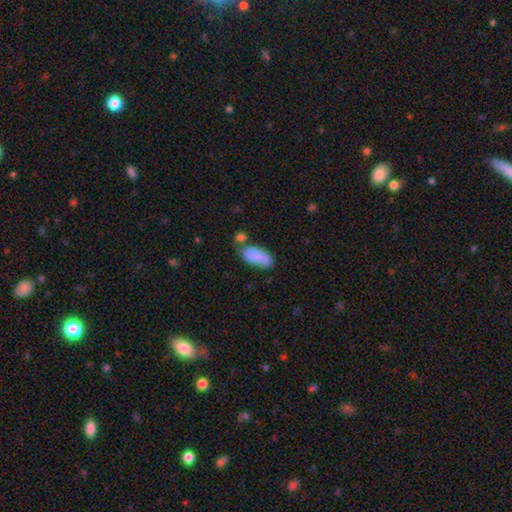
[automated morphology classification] smooth_or_featured: smooth (p=0.80) [alt: featured or disk p=0.13]
how_rounded: in between (p=0.89) [alt: cigar-shaped p=0.08]
merging: none (p=0.51) [alt: minor disturbance p=0.23]